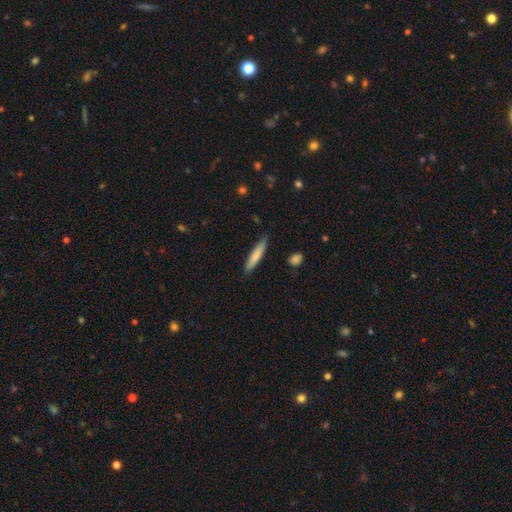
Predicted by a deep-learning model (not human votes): Q: Smooth or featured?
A: smooth (77%); runner-up: featured or disk (18%)
Q: How rounded?
A: cigar-shaped (91%); runner-up: in between (8%)
Q: Merging?
A: none (86%); runner-up: minor disturbance (11%)